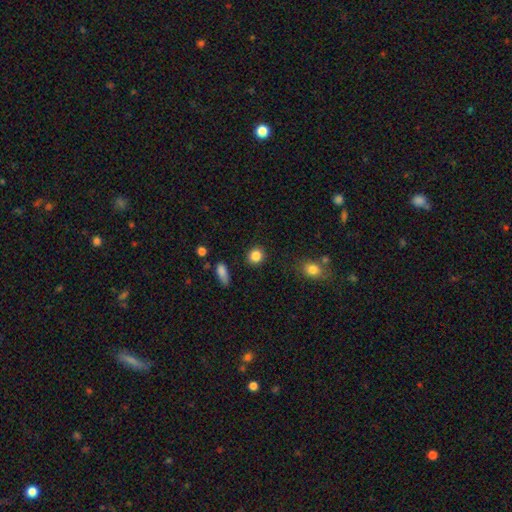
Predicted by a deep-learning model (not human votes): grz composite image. It shows a smooth galaxy with no disk features (86%) that is round (84%). Merging: none (89%).